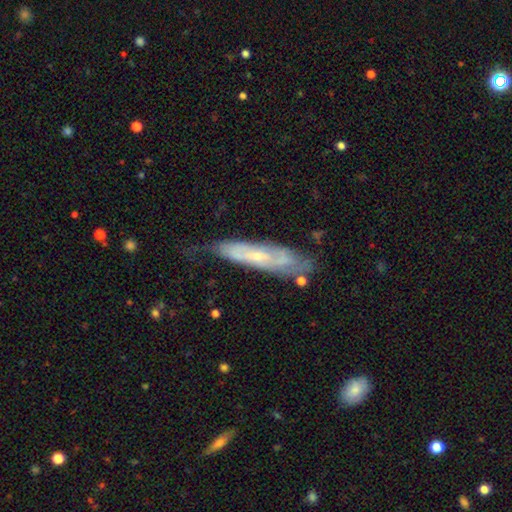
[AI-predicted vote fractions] Smooth or featured: featured or disk — 67% (smooth — 27%)
Edge-on disk: no — 63% (yes — 37%)
Merging: none — 56% (minor disturbance — 30%)